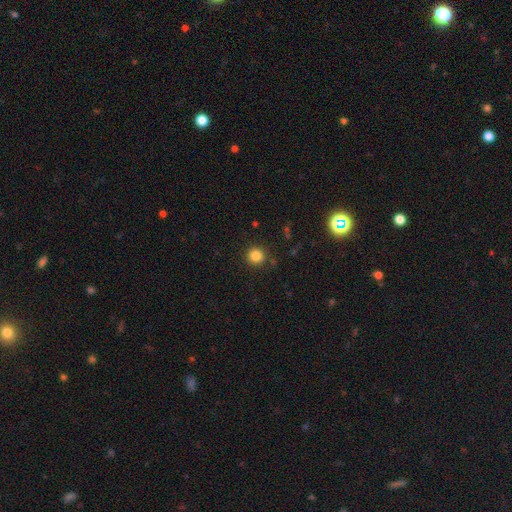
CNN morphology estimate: Smooth or featured: smooth — 83% (star or artifact — 12%)
How rounded: round — 94% (in between — 6%)
Merging: none — 89% (minor disturbance — 7%)